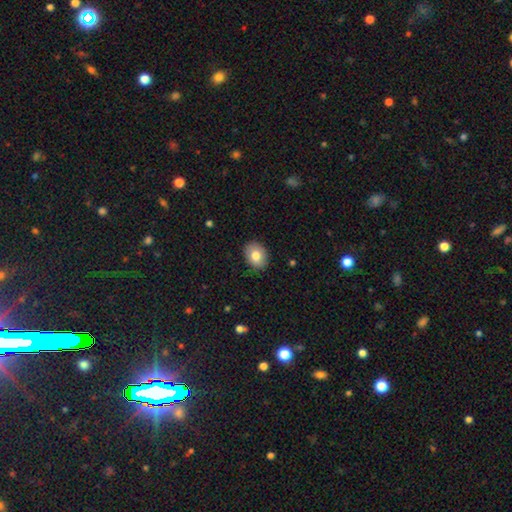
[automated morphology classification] type=smooth (79%); roundness=in between (63%); merging=none (87%).